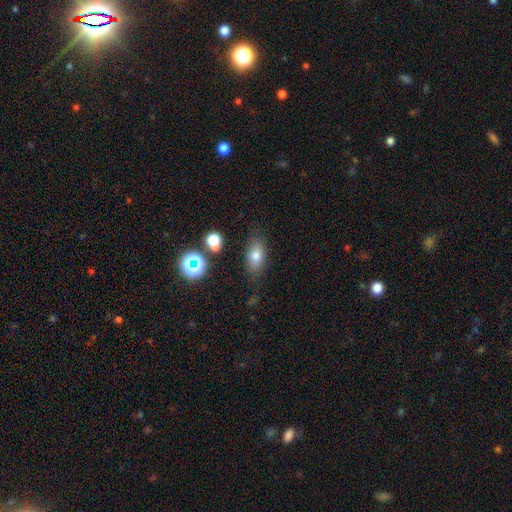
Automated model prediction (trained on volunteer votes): This appears to be a smooth galaxy with no disk features (76%) that is in between round and cigar-shaped (84%). Merging: none (79%).